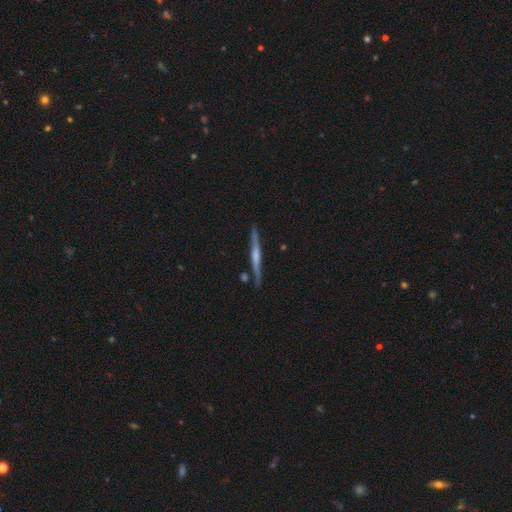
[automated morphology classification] Smooth or featured? featured or disk (67%)
Edge-on disk? yes (97%)
Edge-on bulge? rounded (51%)
Merging? none (86%)